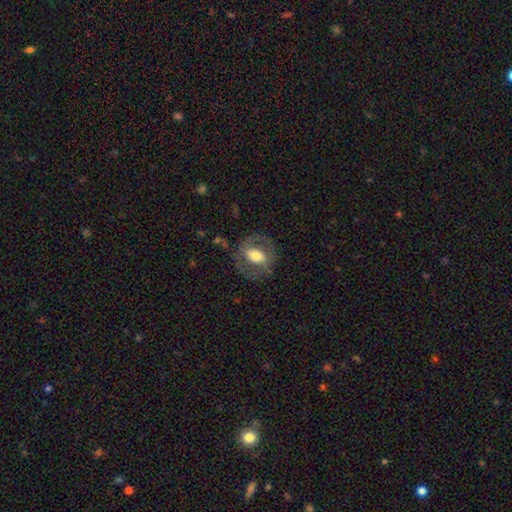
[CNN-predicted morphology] A featured or disk galaxy (50%). Merging: none (75%).